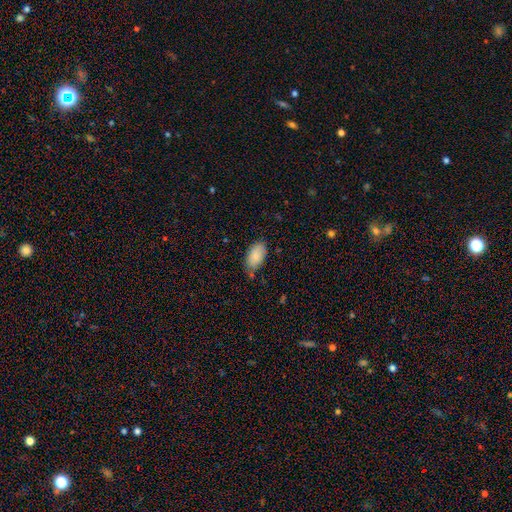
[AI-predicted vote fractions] Smooth or featured? Predicted: smooth (p=0.87). How rounded? Predicted: in between (p=0.95). Merging? Predicted: none (p=0.72).